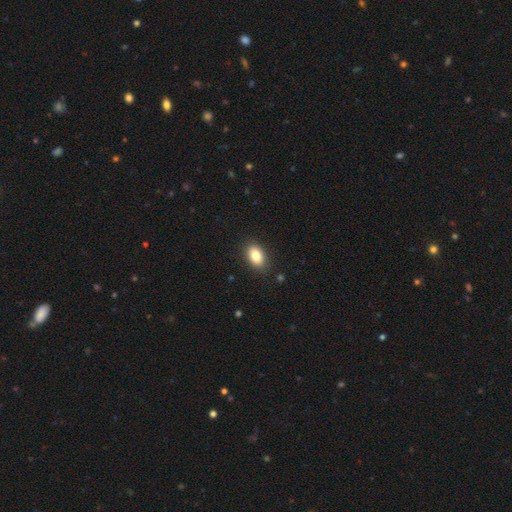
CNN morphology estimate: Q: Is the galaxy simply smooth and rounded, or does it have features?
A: smooth — 85%.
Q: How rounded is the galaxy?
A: in between — 89%.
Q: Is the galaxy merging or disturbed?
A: none — 87%.